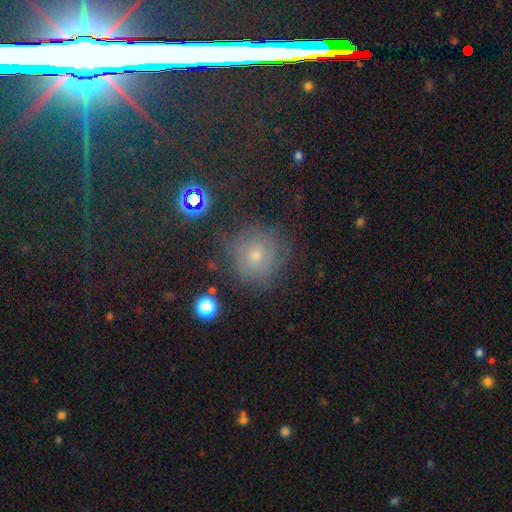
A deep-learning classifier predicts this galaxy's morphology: type=smooth (43%); merging=none (71%).